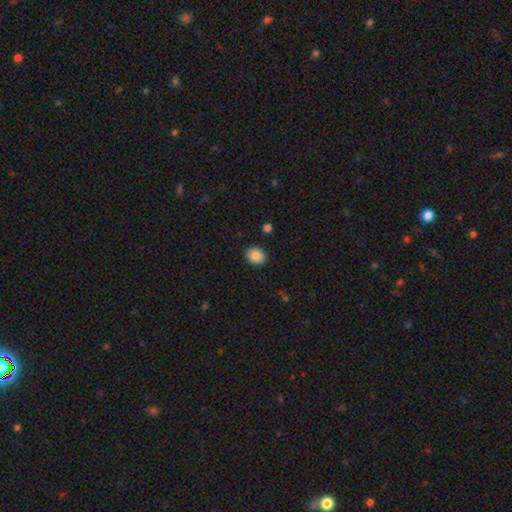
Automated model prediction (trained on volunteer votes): Smooth or featured: smooth — 87% (star or artifact — 8%)
How rounded: round — 54% (in between — 45%)
Merging: none — 90% (minor disturbance — 7%)